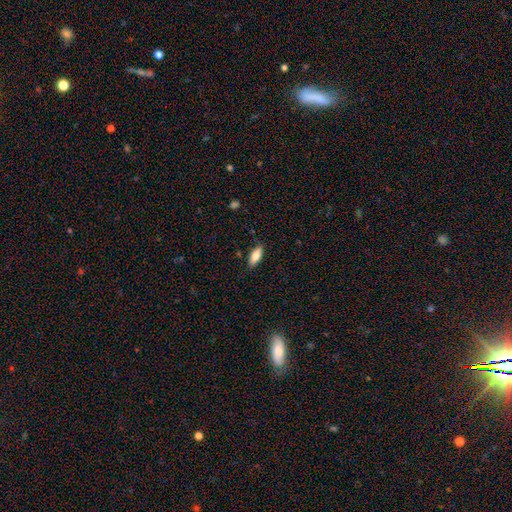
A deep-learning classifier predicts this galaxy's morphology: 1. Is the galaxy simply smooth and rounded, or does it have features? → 79% smooth, 14% featured or disk, 7% star or artifact.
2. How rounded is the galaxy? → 78% in between, 20% cigar-shaped, 2% round.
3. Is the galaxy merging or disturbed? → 85% none, 11% minor disturbance, 2% major disturbance, 1% merger.